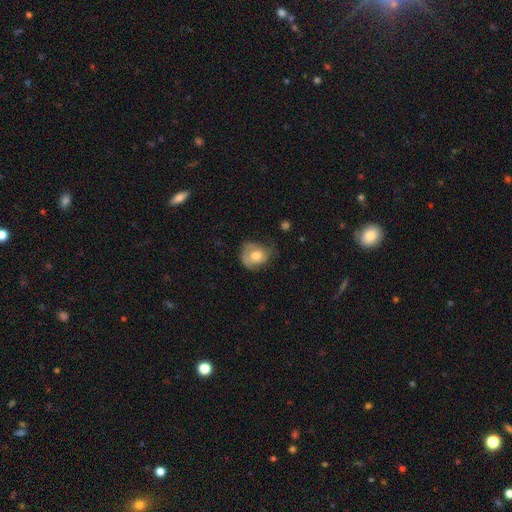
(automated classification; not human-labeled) A smooth galaxy with no disk features (53%) that is round (64%). Merging: none (49%).